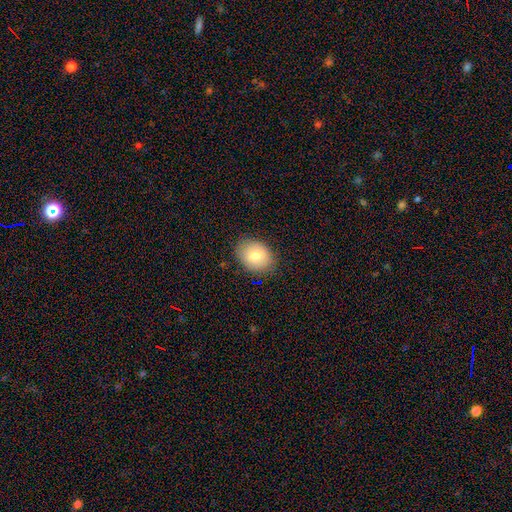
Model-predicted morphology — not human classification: type=smooth (77%); roundness=in between (62%); merging=none (83%).